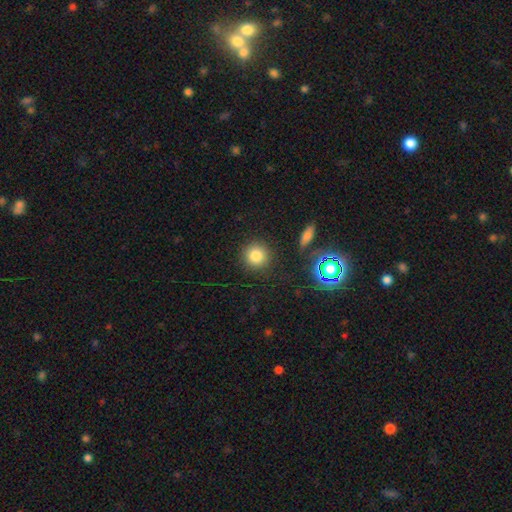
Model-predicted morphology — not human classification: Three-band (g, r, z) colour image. It shows a smooth galaxy with no disk features (81%) that is round (93%). Merging: none (89%).